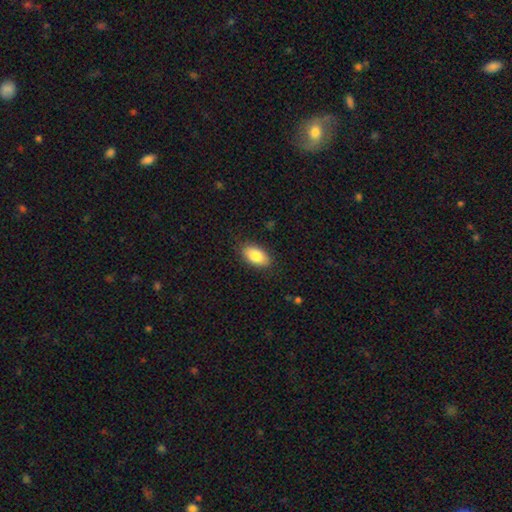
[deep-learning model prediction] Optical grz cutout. It shows a smooth galaxy with no disk features (84%) that is in between round and cigar-shaped (93%). Merging: none (86%).